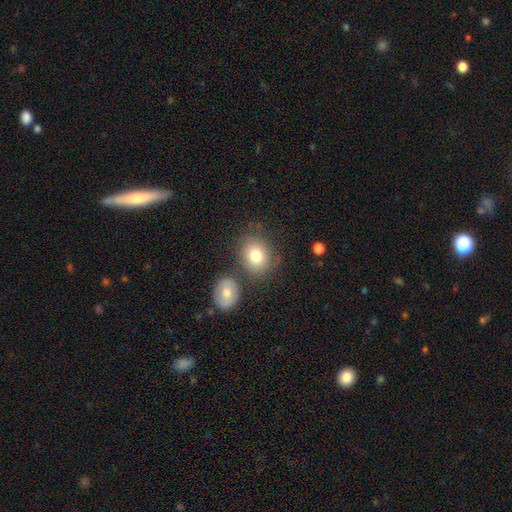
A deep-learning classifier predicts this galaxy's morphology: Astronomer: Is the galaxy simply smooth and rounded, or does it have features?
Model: smooth — 79%.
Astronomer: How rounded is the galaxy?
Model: round — 55% (runner-up: in between, 44%).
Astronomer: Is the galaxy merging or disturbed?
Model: none — 68%.